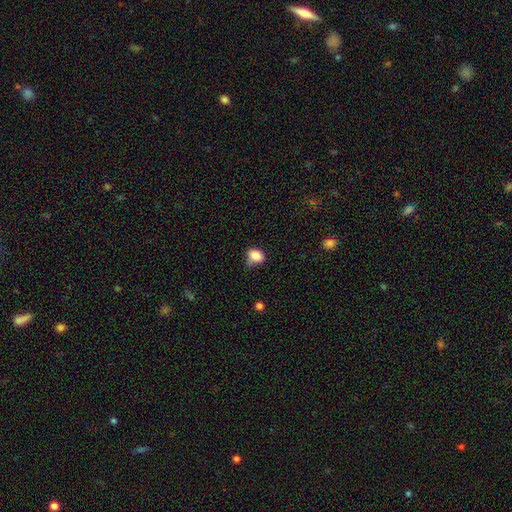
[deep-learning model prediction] The model was most divided on "merging": none: 56%, minor disturbance: 32%, major disturbance: 7%, merger: 5%. More confident: smooth or featured — smooth (85%); how rounded — in between (64%).